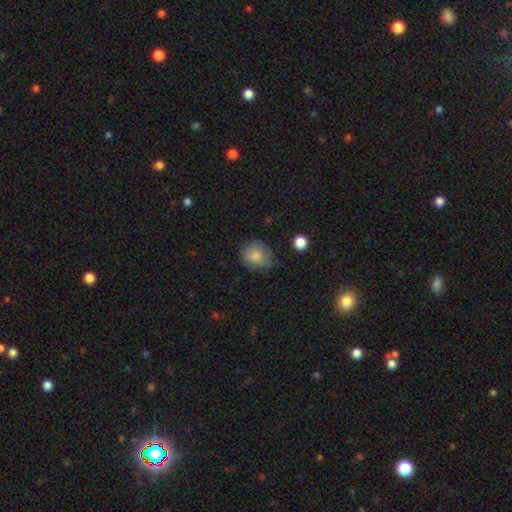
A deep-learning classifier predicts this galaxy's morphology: Smooth or featured?
  - smooth: 83% *
  - star or artifact: 9%
  - featured or disk: 8%
How rounded?
  - round: 75% *
  - in between: 24%
  - cigar-shaped: 1%
Merging?
  - none: 66% *
  - minor disturbance: 26%
  - major disturbance: 6%
  - merger: 2%